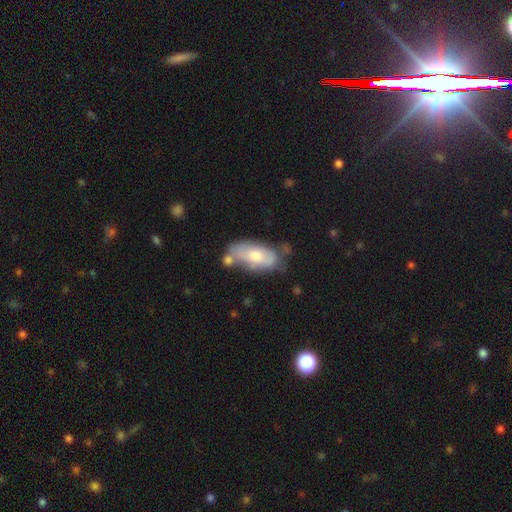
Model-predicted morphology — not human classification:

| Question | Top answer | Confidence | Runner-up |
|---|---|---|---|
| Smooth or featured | smooth | 58% | featured or disk (35%) |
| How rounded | in between | 89% | cigar-shaped (8%) |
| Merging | none | 48% | minor disturbance (28%) |